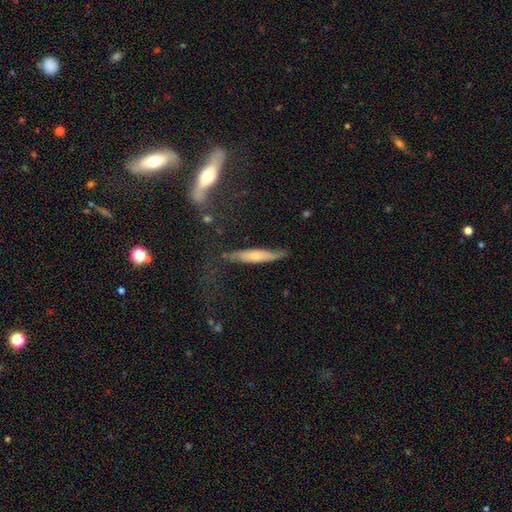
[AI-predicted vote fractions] smooth_or_featured: smooth (p=0.52) [alt: featured or disk p=0.42]
how_rounded: cigar-shaped (p=0.86) [alt: in between p=0.12]
merging: none (p=0.65) [alt: minor disturbance p=0.22]